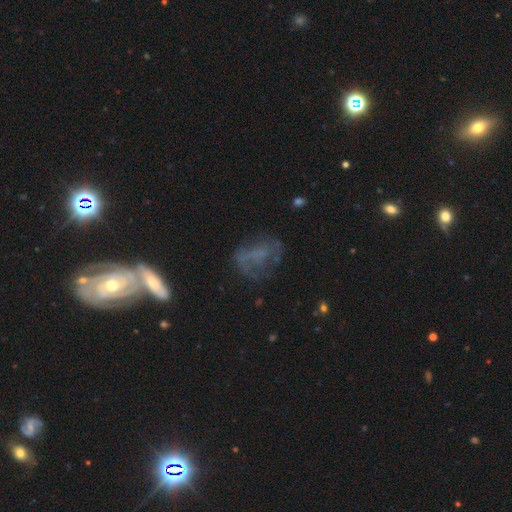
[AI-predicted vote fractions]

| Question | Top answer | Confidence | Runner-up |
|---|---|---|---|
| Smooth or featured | featured or disk | 51% | smooth (31%) |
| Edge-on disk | no | 93% | yes (7%) |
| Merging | none | 49% | major disturbance (23%) |